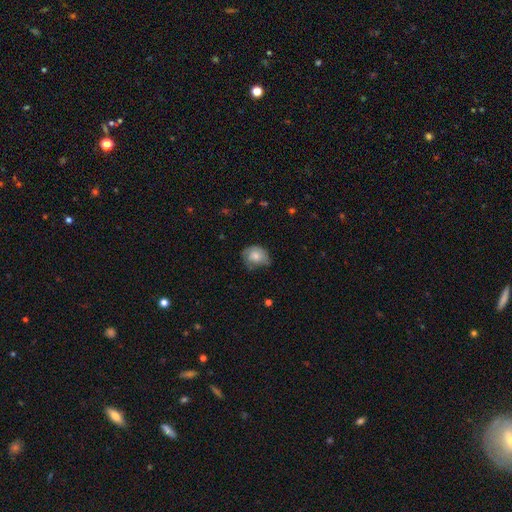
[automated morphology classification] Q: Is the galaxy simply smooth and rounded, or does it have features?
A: smooth — 67%.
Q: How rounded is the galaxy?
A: round — 61%.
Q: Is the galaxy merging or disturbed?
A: none — 49%.